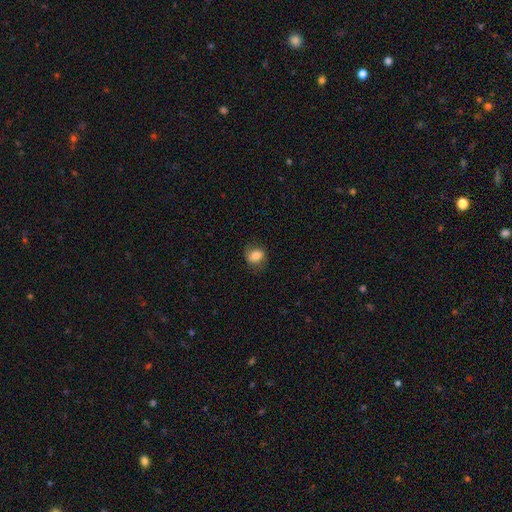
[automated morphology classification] Smooth or featured? Predicted: smooth (p=0.77). How rounded? Predicted: round (p=0.51). Merging? Predicted: none (p=0.74).